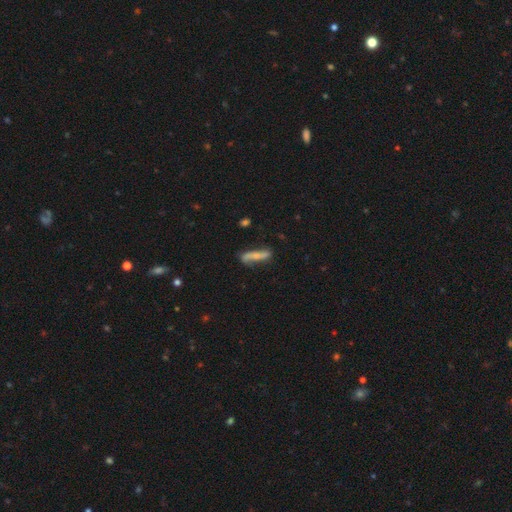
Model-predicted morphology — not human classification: Q: Smooth or featured?
A: featured or disk (52%); runner-up: smooth (42%)
Q: Edge-on disk?
A: no (61%); runner-up: yes (39%)
Q: Merging?
A: none (65%); runner-up: minor disturbance (23%)